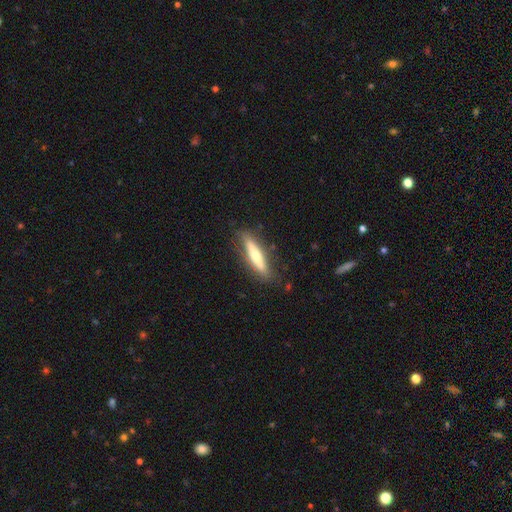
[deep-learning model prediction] smooth 50%, featured or disk 44%, star or artifact 6%. Down the decision tree: how rounded — cigar-shaped (82%); merging — none (83%).